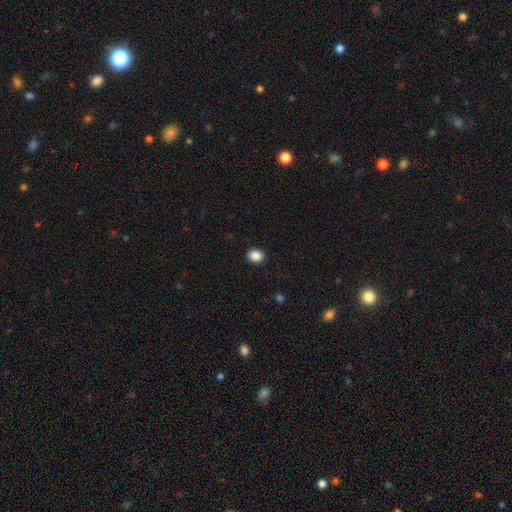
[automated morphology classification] Overall: smooth (89%). How rounded: round (56%; in between 43%). Merging: none (91%).